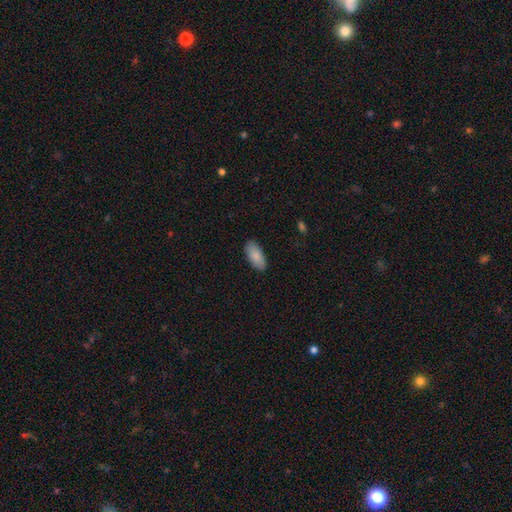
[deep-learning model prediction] Overall: smooth (88%). How rounded: in between (91%). Merging: none (88%).